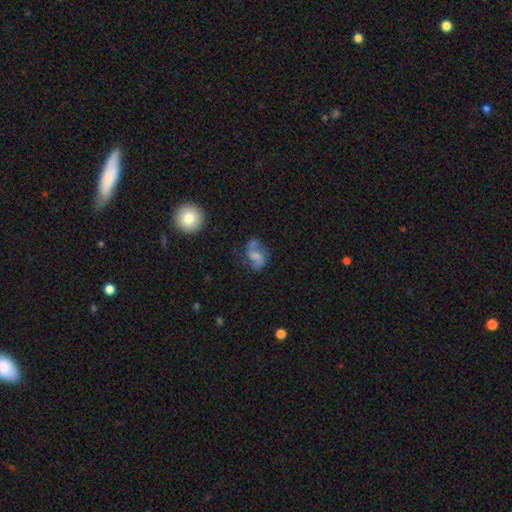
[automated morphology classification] type=featured or disk (54%); edge-on=no (97%); bar=no (54%); spiral arms=yes (79%); bulge=none (42%); merging=none (46%).